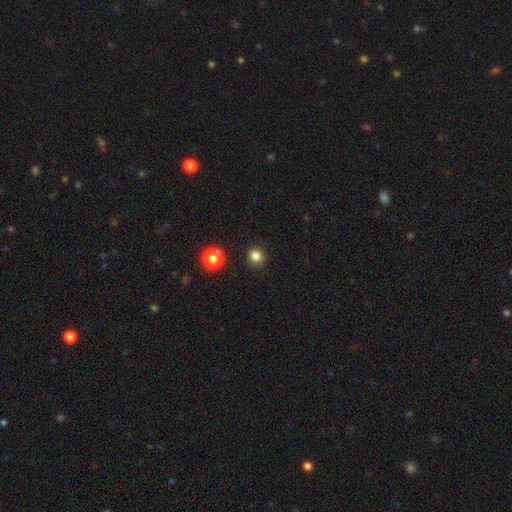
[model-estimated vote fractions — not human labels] This is clearly a smooth galaxy (81%). How rounded: clearly round (91%). Merging: clearly none (89%).